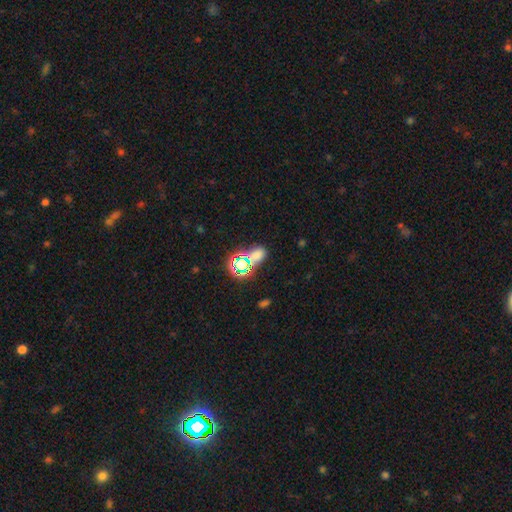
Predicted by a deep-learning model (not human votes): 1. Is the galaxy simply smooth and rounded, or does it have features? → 49% smooth, 43% star or artifact, 8% featured or disk.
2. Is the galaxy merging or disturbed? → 60% none, 19% merger, 14% minor disturbance, 7% major disturbance.